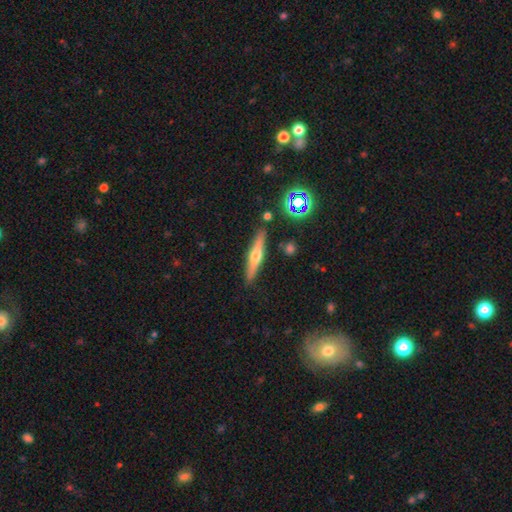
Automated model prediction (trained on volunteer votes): Smooth or featured: featured or disk — 54% (smooth — 38%)
Edge-on disk: yes — 94% (no — 6%)
Edge-on bulge: rounded — 89% (none — 6%)
Merging: none — 87% (minor disturbance — 9%)